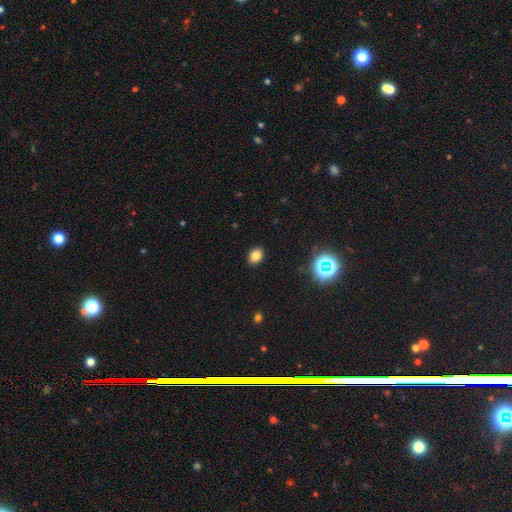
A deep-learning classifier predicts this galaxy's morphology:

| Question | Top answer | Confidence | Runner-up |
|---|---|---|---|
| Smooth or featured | smooth | 79% | star or artifact (14%) |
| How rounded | in between | 64% | round (35%) |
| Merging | none | 90% | minor disturbance (7%) |